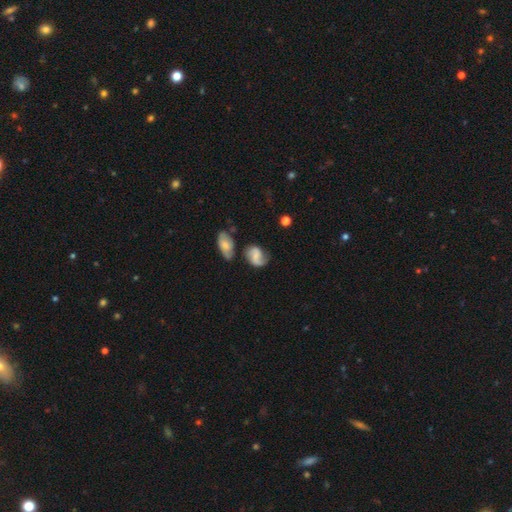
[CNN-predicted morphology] Overall: featured or disk (60%; smooth 32%). Edge-on disk: no (97%). Bar: weak (43%, tied with no). Spiral arms: yes (91%). Spiral arm count: 2 (82%). Spiral winding: medium (43%; loose 42%). Bulge size: none (38%; small 35%). Merging: none (60%; minor disturbance 22%).